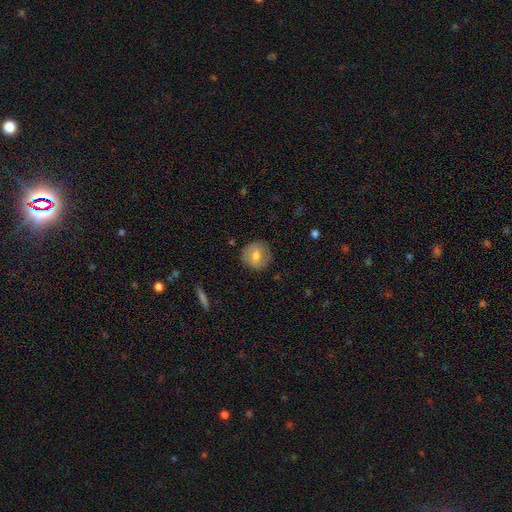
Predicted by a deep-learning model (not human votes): The model was most divided on "smooth or featured": smooth: 71%, featured or disk: 22%, star or artifact: 8%. More confident: how rounded — round (91%); merging — none (87%).